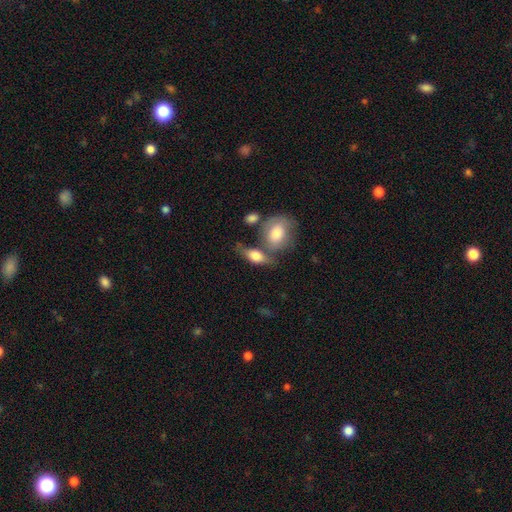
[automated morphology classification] Smooth or featured? Predicted: smooth (p=0.72). How rounded? Predicted: in between (p=0.77). Merging? Predicted: none (p=0.43).